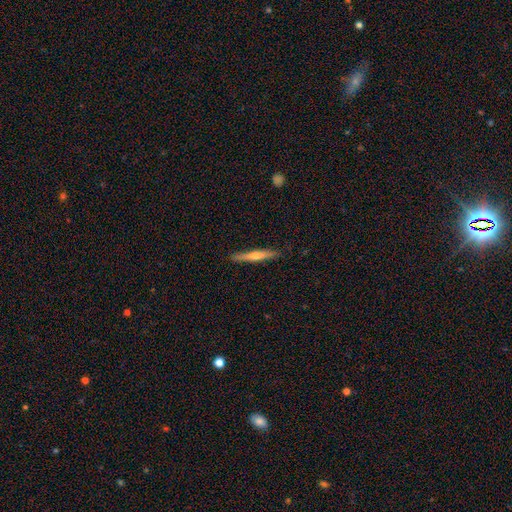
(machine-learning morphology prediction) This appears to be a smooth galaxy with no disk features (49%). Merging: none (89%).